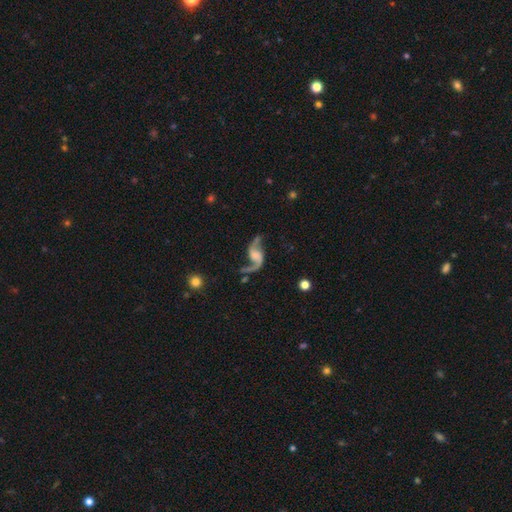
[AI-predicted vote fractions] Q: Smooth or featured?
A: featured or disk (89%); runner-up: smooth (6%)
Q: Edge-on disk?
A: no (97%); runner-up: yes (3%)
Q: Bar?
A: no (51%); runner-up: weak (36%)
Q: Spiral arms?
A: yes (97%); runner-up: no (3%)
Q: Spiral winding?
A: loose (83%); runner-up: medium (14%)
Q: Spiral arm count?
A: 2 (93%); runner-up: 1 (3%)
Q: Bulge size?
A: none (48%); runner-up: moderate (16%)
Q: Merging?
A: none (66%); runner-up: minor disturbance (16%)